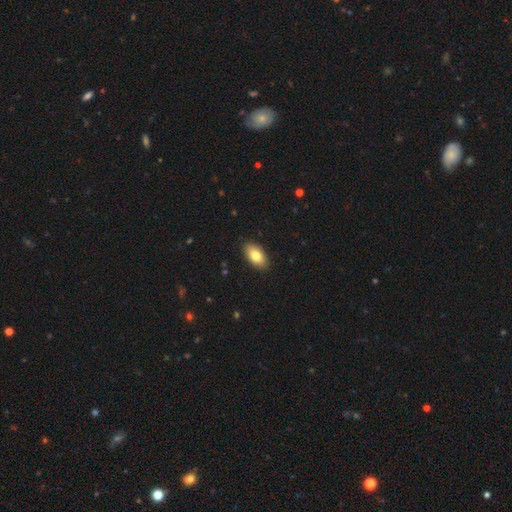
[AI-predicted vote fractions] smooth_or_featured: smooth (p=0.81) [alt: featured or disk p=0.12]
how_rounded: in between (p=0.93) [alt: round p=0.04]
merging: none (p=0.89) [alt: minor disturbance p=0.08]